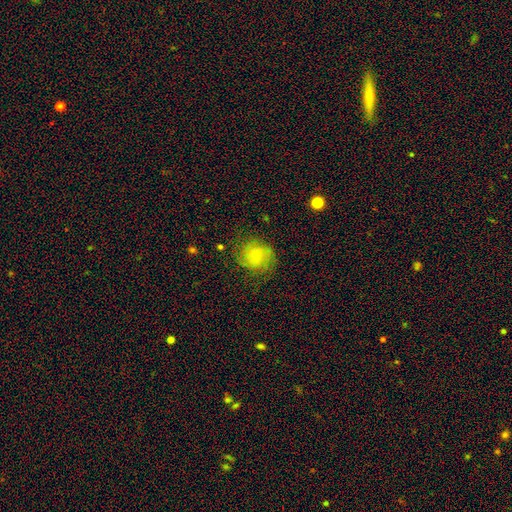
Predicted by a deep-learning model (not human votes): A smooth galaxy with no disk features (56%) that is round (83%). Merging: none (70%).